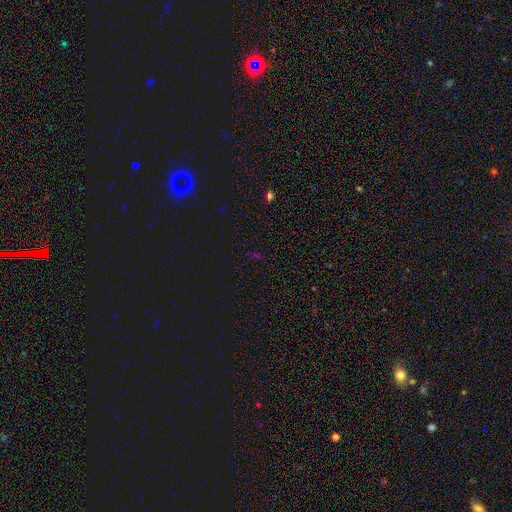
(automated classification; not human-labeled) Smooth or featured? star or artifact (65%)